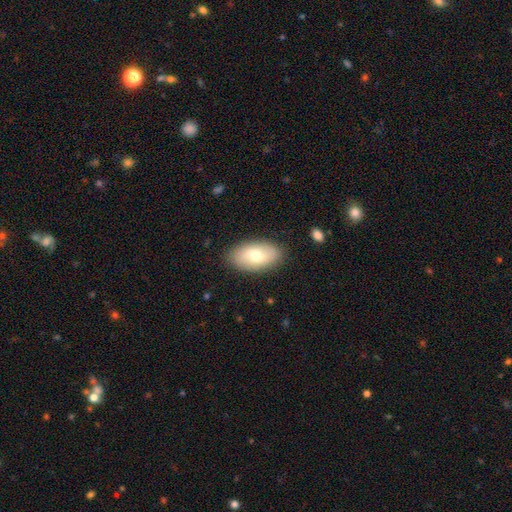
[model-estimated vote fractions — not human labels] smooth_or_featured: smooth (p=0.67) [alt: featured or disk p=0.26]
how_rounded: in between (p=0.94) [alt: round p=0.04]
merging: none (p=0.87) [alt: minor disturbance p=0.10]